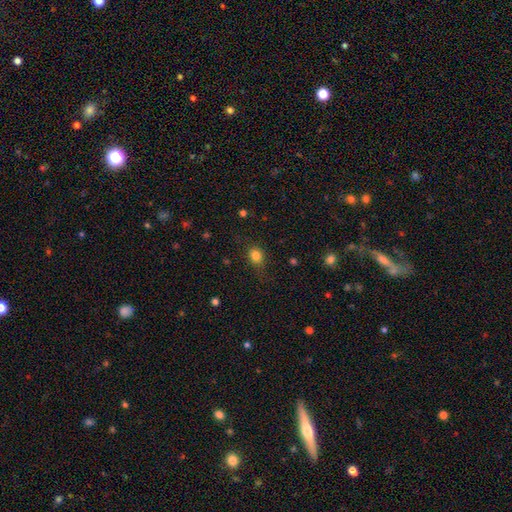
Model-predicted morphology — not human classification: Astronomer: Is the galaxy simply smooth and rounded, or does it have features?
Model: smooth — 82%.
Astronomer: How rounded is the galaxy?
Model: round — 59% (runner-up: in between, 40%).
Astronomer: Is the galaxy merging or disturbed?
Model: none — 74%.